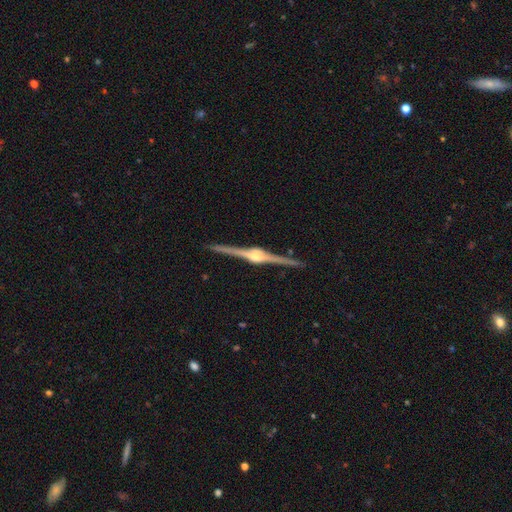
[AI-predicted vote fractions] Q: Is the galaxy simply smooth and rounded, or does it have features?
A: featured or disk — 91%.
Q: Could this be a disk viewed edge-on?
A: yes — 99%.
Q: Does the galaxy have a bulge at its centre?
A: rounded — 91%.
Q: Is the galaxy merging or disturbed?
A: none — 92%.